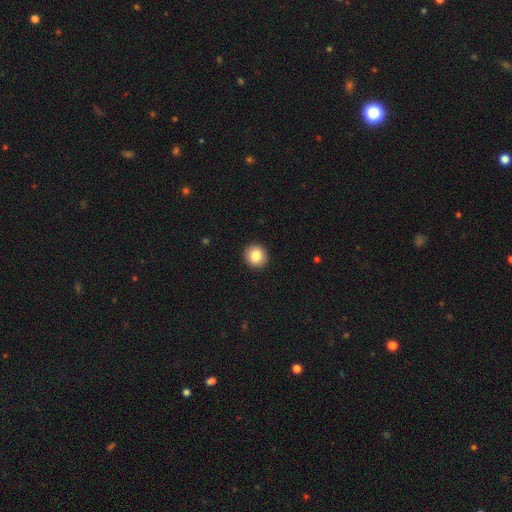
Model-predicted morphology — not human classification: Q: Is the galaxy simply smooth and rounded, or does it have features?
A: smooth — 84%.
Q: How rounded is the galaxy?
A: round — 91%.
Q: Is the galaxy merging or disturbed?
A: none — 93%.